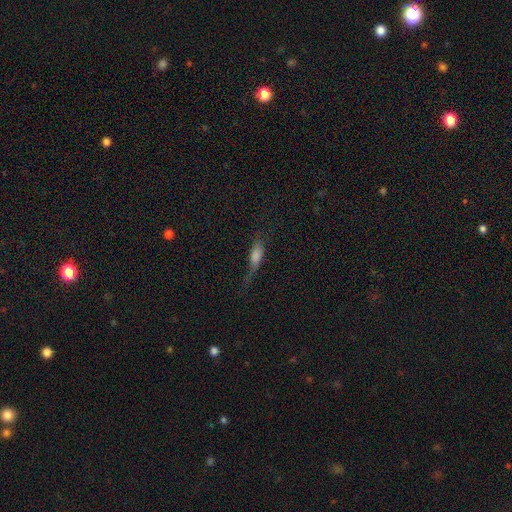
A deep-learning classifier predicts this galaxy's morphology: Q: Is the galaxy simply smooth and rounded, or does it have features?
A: smooth — 55%.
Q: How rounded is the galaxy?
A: cigar-shaped — 55%.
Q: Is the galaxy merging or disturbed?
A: none — 49%.